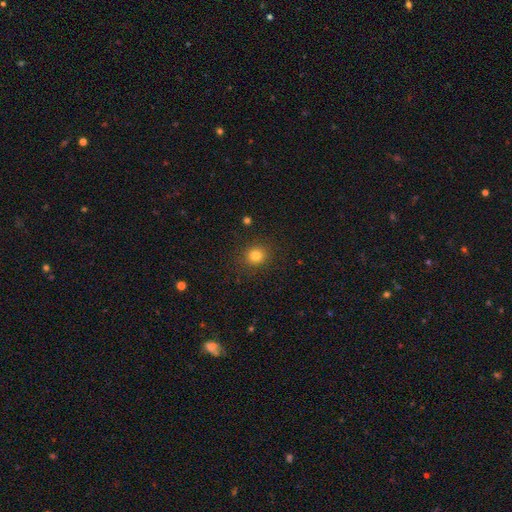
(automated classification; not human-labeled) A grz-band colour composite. It shows a smooth galaxy with no disk features (81%) that is round (86%). Merging: none (89%).